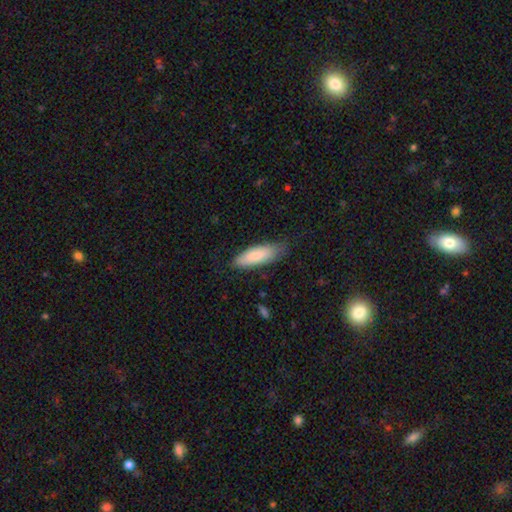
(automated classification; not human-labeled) A smooth galaxy with no disk features (82%) that is in between round and cigar-shaped (60%). Merging: none (73%).